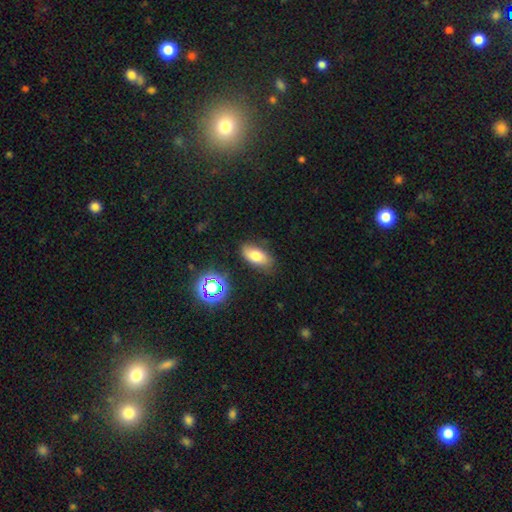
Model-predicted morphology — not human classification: Smooth or featured? smooth (73%)
How rounded? in between (88%)
Merging? none (75%)